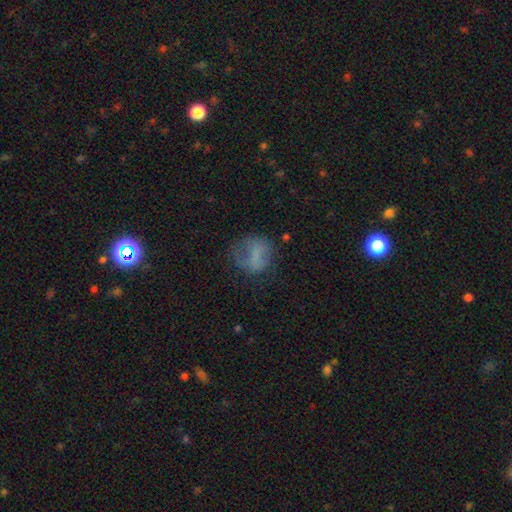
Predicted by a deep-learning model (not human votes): This appears to be a smooth galaxy with no disk features (59%) that is round (61%). Merging: none (48%).